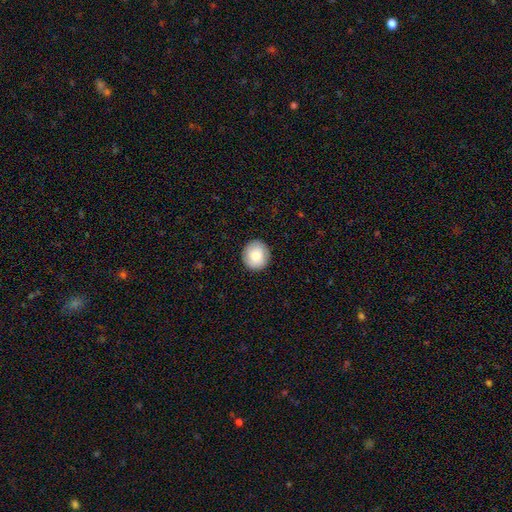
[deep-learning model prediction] Overall: smooth (78%). How rounded: round (91%). Merging: none (90%).